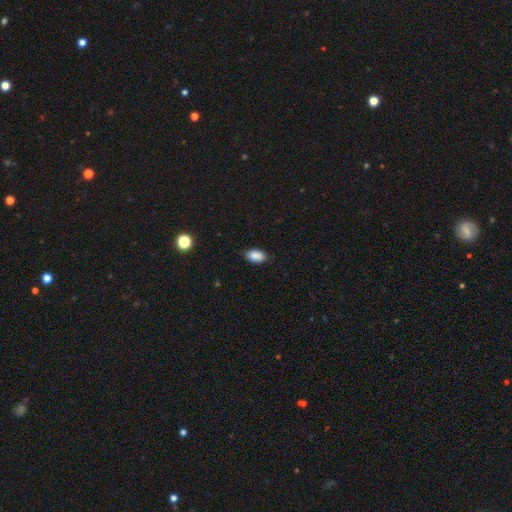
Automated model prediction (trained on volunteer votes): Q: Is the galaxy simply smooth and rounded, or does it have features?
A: smooth — 88%.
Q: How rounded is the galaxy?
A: in between — 92%.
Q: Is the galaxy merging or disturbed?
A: none — 83%.